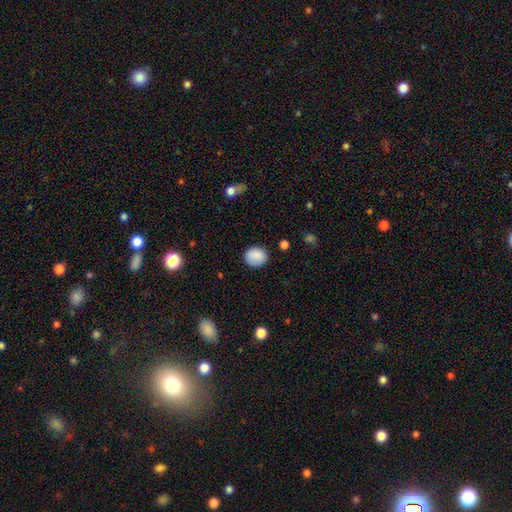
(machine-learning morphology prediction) Smooth or featured?
  - smooth: 88% *
  - star or artifact: 8%
  - featured or disk: 4%
How rounded?
  - round: 71% *
  - in between: 28%
  - cigar-shaped: 1%
Merging?
  - none: 85% *
  - minor disturbance: 11%
  - major disturbance: 3%
  - merger: 1%